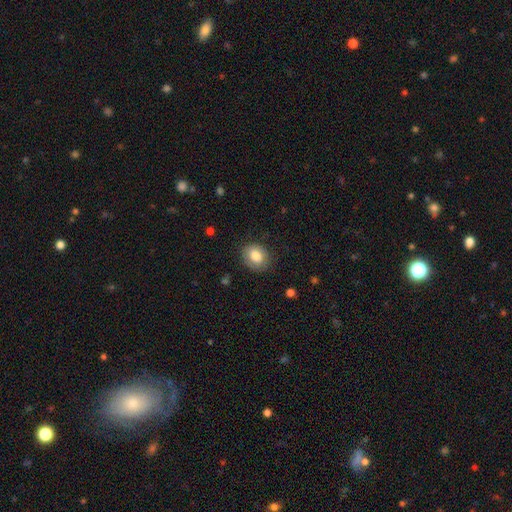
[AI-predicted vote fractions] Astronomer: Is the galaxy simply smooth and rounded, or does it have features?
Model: smooth — 80%.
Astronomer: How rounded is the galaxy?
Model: round — 54% (runner-up: in between, 45%).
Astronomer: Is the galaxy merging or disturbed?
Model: none — 79%.